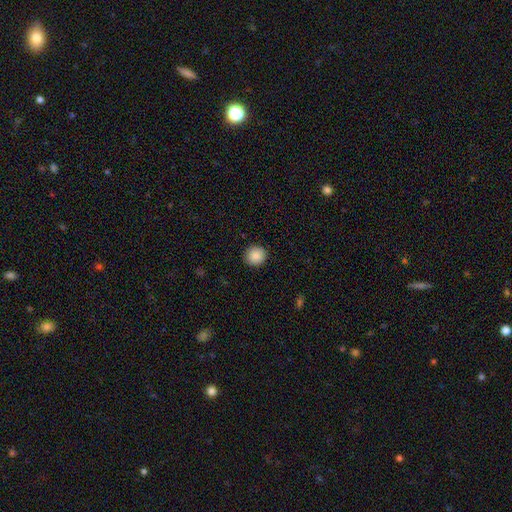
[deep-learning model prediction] This appears to be a smooth galaxy with no disk features (88%) that is round (90%). Merging: none (91%).